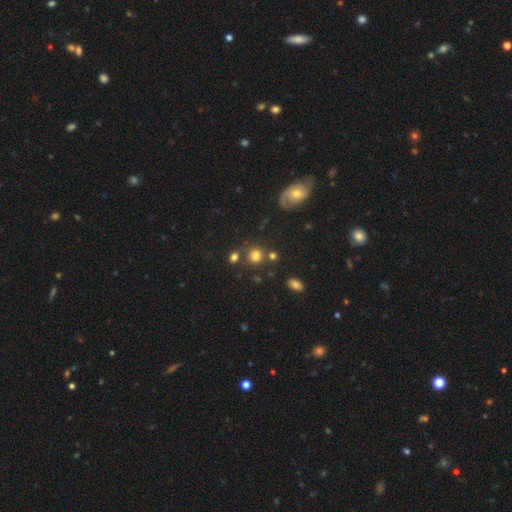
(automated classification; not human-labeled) Morphology: type=smooth (77%); roundness=round (86%); merging=none (74%).